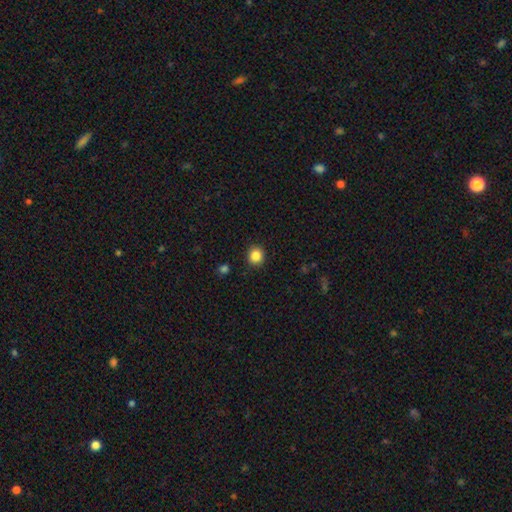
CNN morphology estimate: The model was most divided on "smooth or featured": smooth: 85%, star or artifact: 11%, featured or disk: 4%. More confident: merging — none (91%); how rounded — round (87%).